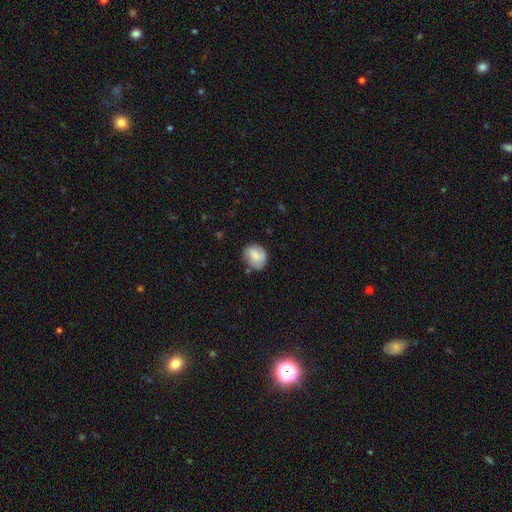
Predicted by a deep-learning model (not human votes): Q: Smooth or featured?
A: smooth (74%); runner-up: featured or disk (19%)
Q: How rounded?
A: round (60%); runner-up: in between (39%)
Q: Merging?
A: none (68%); runner-up: minor disturbance (23%)